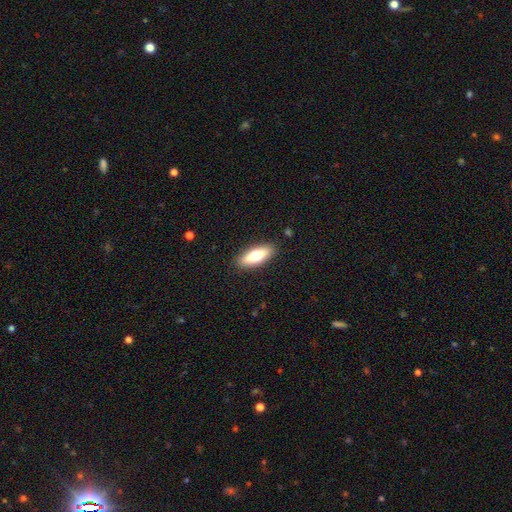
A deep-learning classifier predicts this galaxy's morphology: A smooth galaxy with no disk features (68%) that is in between round and cigar-shaped (61%).

Vote fractions:
- Smooth or featured? smooth: 68% / featured or disk: 26% / star or artifact: 6%
- How rounded? in between: 61% / cigar-shaped: 37% / round: 2%
- Merging? none: 88% / minor disturbance: 9% / major disturbance: 2% / merger: 1%